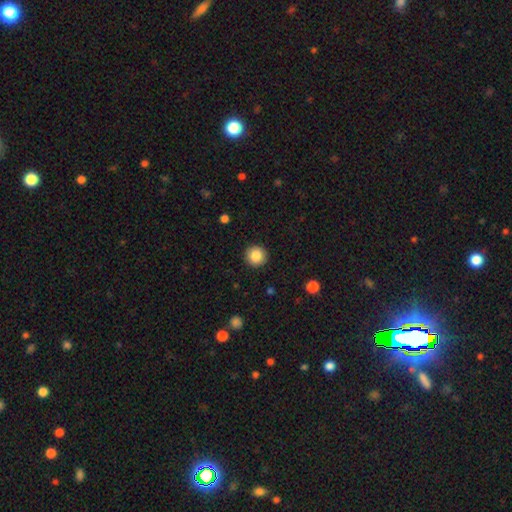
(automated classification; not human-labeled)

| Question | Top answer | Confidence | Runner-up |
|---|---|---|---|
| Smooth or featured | smooth | 85% | star or artifact (9%) |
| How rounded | round | 95% | in between (4%) |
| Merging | none | 92% | minor disturbance (5%) |